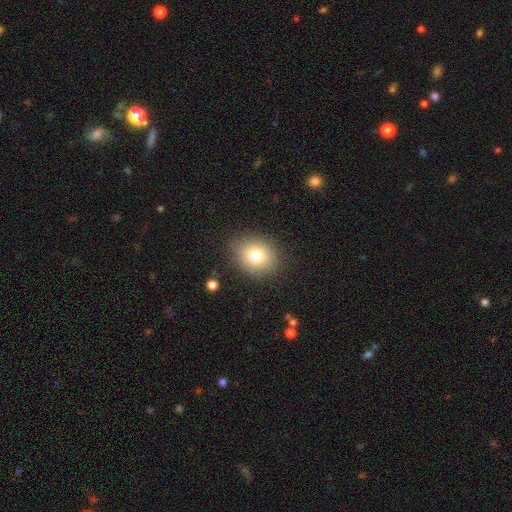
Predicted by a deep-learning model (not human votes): Smooth or featured? Predicted: smooth (p=0.78). How rounded? Predicted: round (p=0.54). Merging? Predicted: none (p=0.85).